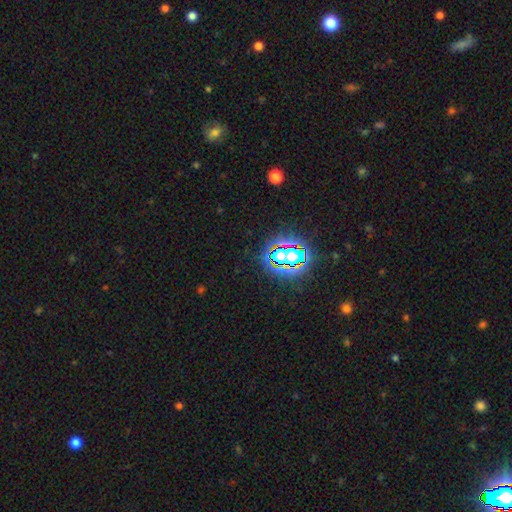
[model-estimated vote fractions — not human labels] Smooth or featured: star or artifact — 78% (smooth — 14%)